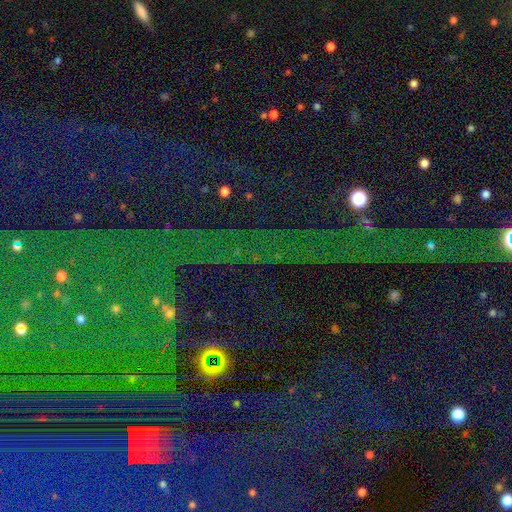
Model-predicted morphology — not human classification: type=star or artifact (83%).